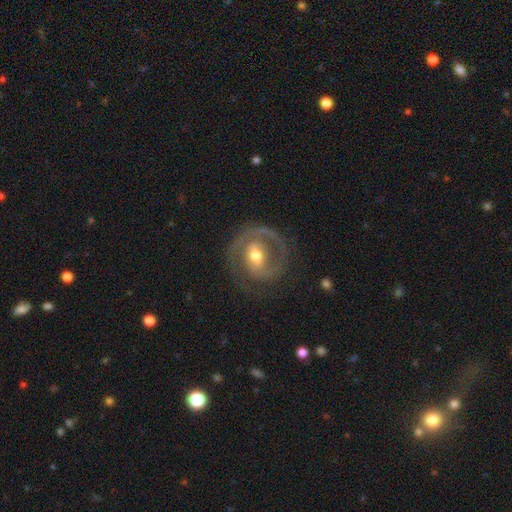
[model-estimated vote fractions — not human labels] Smooth or featured? Predicted: featured or disk (p=0.78). Edge-on disk? Predicted: no (p=0.97). Bar? Predicted: weak (p=0.43). Spiral arms? Predicted: yes (p=0.80). Spiral winding? Predicted: tight (p=0.49). Spiral arm count? Predicted: 2 (p=0.52). Bulge size? Predicted: moderate (p=0.72). Merging? Predicted: none (p=0.66).